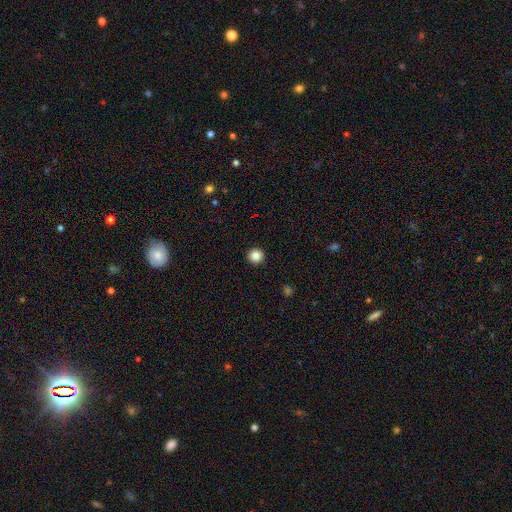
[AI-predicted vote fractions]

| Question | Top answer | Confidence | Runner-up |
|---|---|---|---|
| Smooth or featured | smooth | 85% | star or artifact (10%) |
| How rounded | round | 95% | in between (4%) |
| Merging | none | 94% | minor disturbance (4%) |